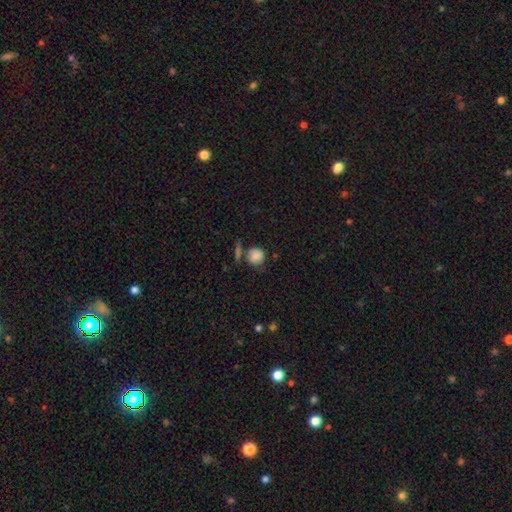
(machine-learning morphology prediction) A smooth galaxy with no disk features (85%) that is round (88%). Merging: none (67%).